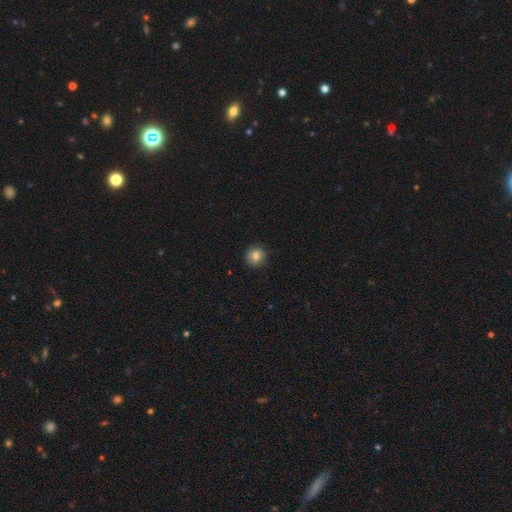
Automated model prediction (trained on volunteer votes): Smooth or featured? smooth (80%)
How rounded? round (92%)
Merging? none (89%)